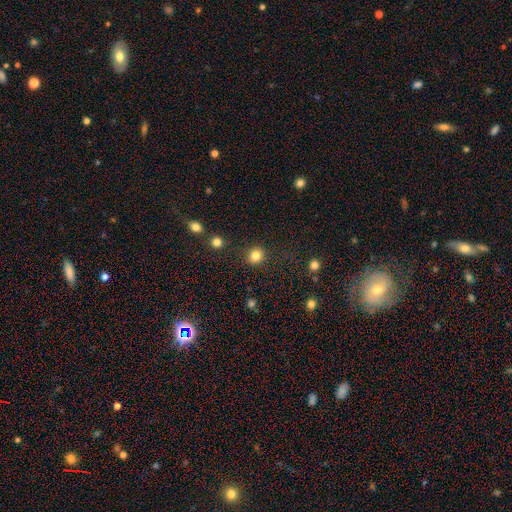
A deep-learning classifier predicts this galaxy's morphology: Overall: smooth (83%). How rounded: round (87%). Merging: none (89%).